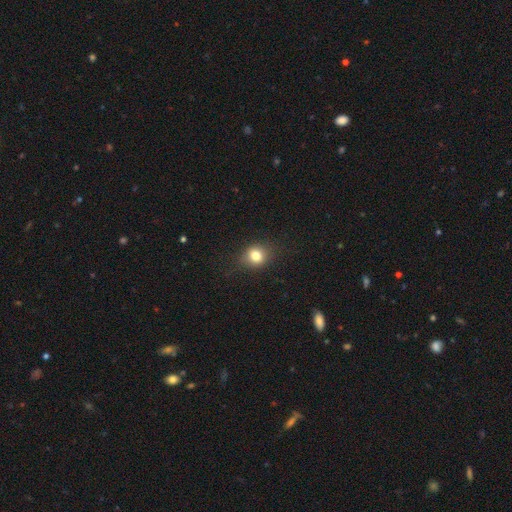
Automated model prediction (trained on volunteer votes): Smooth or featured?
  - smooth: 79% *
  - star or artifact: 12%
  - featured or disk: 9%
How rounded?
  - round: 70% *
  - in between: 29%
  - cigar-shaped: 1%
Merging?
  - none: 80% *
  - minor disturbance: 14%
  - major disturbance: 4%
  - merger: 1%